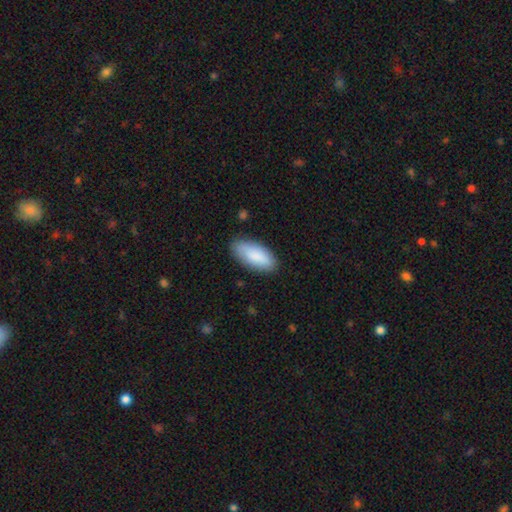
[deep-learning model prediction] This appears to be a smooth galaxy with no disk features (87%) that is in between round and cigar-shaped (84%). Merging: none (84%).